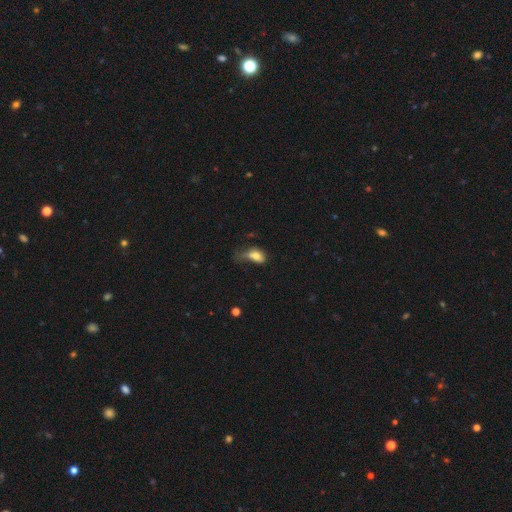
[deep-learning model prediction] This is likely a smooth galaxy (74%). How rounded: clearly in between (83%). Merging: possibly major disturbance (47%).